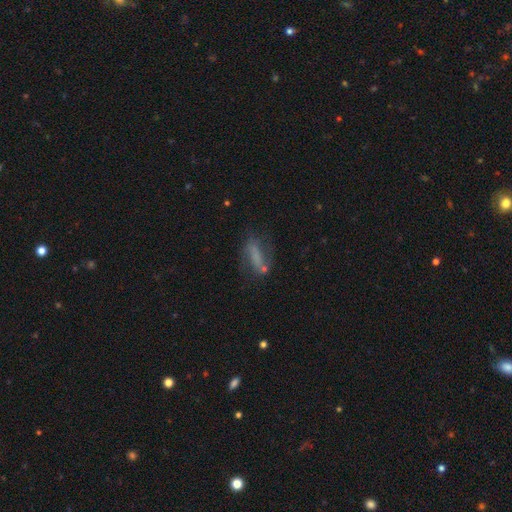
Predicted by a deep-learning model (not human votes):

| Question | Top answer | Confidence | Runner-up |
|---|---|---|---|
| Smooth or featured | smooth | 48% | featured or disk (39%) |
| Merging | none | 52% | minor disturbance (23%) |